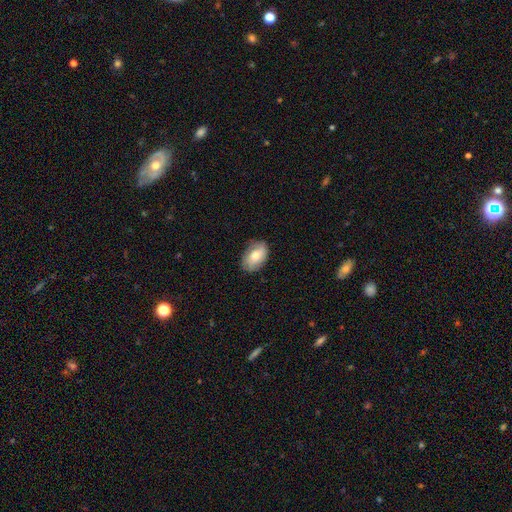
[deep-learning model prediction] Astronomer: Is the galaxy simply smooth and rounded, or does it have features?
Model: smooth — 72%.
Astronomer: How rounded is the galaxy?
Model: in between — 89%.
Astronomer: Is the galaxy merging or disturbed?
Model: none — 74%.